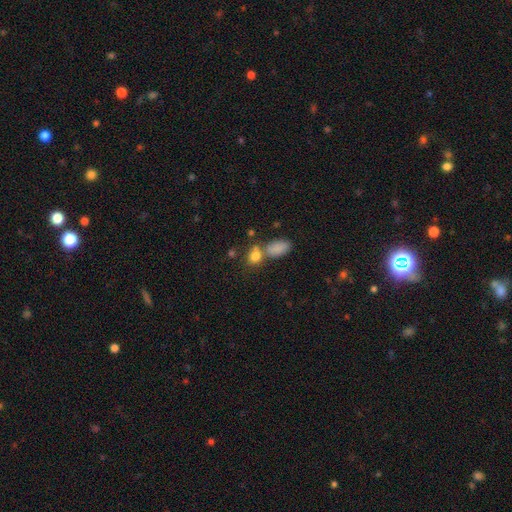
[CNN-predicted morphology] smooth 81%, star or artifact 11%, featured or disk 8%. Down the decision tree: how rounded — in between (58%); merging — none (51%).